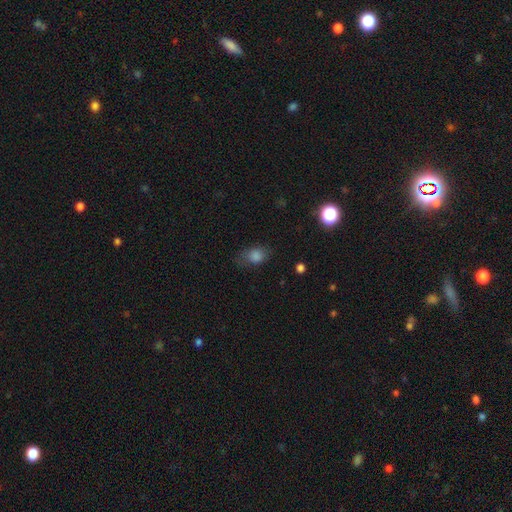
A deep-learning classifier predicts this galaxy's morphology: smooth-or-featured: smooth: 80% | star or artifact: 13% | featured or disk: 8%
  how-rounded: in between: 66% | round: 32% | cigar-shaped: 2%
  merging: none: 63% | minor disturbance: 25% | major disturbance: 10% | merger: 2%